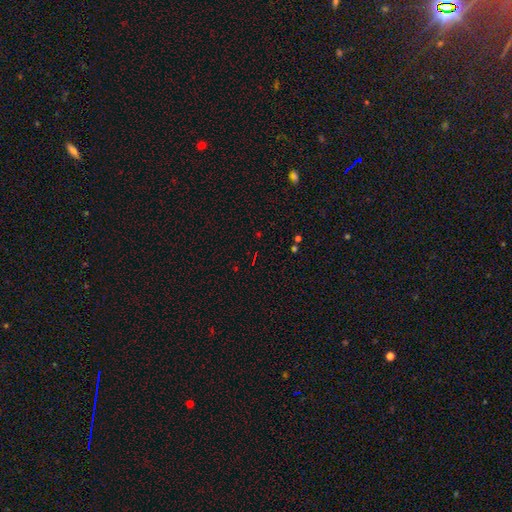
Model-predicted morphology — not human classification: smooth_or_featured: star or artifact (p=0.71) [alt: smooth p=0.19]